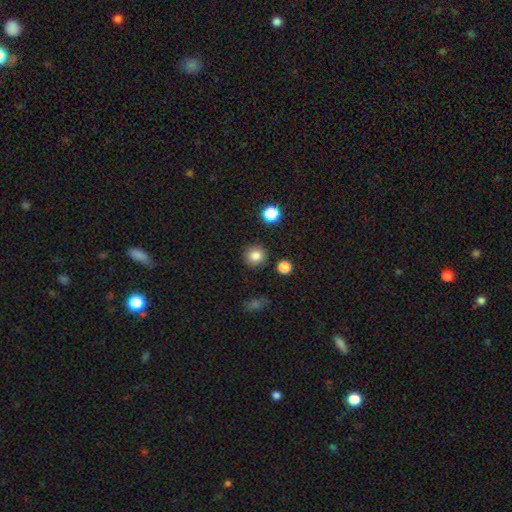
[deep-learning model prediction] smooth_or_featured: smooth (p=0.83) [alt: star or artifact p=0.12]
how_rounded: round (p=0.92) [alt: in between p=0.07]
merging: none (p=0.89) [alt: minor disturbance p=0.06]